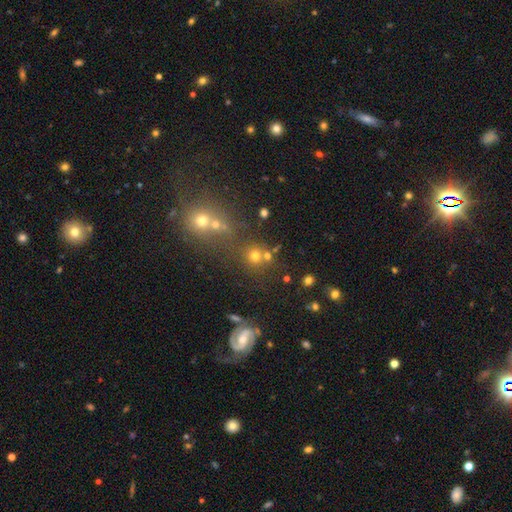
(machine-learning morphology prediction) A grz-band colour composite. It shows a smooth galaxy with no disk features (65%) that is round (89%). Merging: none (68%).